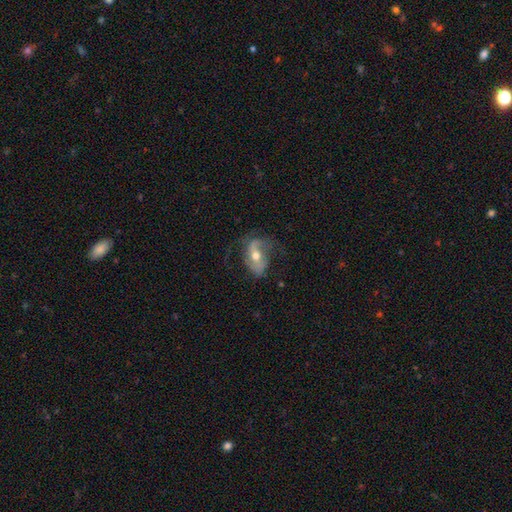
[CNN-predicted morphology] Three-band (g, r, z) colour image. It shows a featured or disk galaxy (68%) with no bar (36%), spiral arms (78%) and a moderate central bulge (72%). Merging: none (54%).